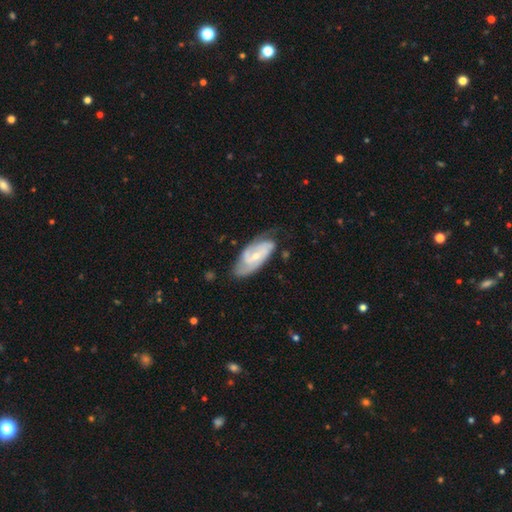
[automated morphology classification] Overall: featured or disk (80%). Edge-on disk: no (94%). Bar: no (47%; weak 38%). Spiral arms: yes (95%). Spiral arm count: 2 (67%). Spiral winding: tight (46%; medium 41%). Bulge size: small (60%; moderate 36%). Merging: none (66%).